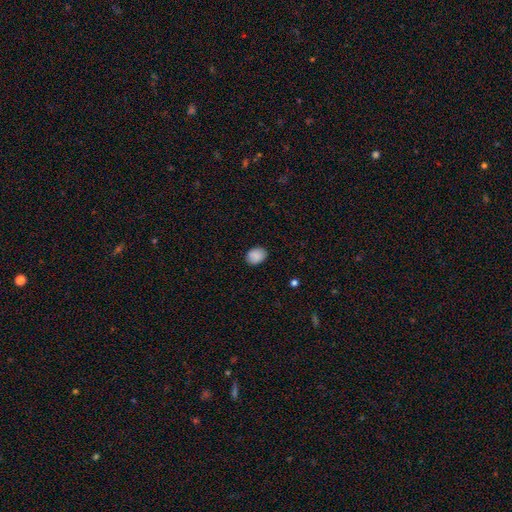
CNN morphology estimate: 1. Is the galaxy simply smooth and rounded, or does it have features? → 88% smooth, 8% star or artifact, 4% featured or disk.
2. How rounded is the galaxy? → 62% in between, 37% round, 1% cigar-shaped.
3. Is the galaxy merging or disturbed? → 85% none, 11% minor disturbance, 2% major disturbance, 1% merger.